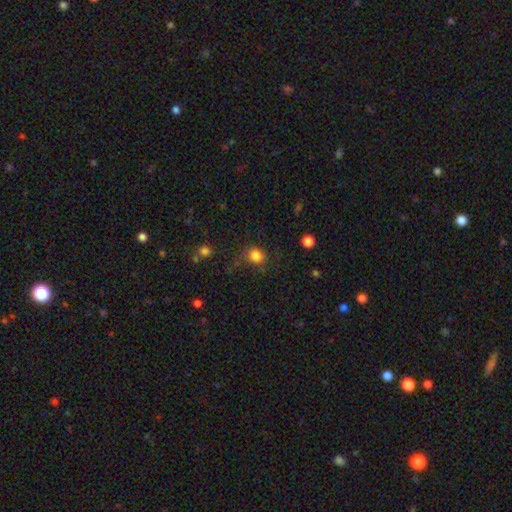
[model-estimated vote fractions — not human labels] The model was most divided on "how rounded": round: 72%, in between: 27%, cigar-shaped: 1%. More confident: smooth or featured — smooth (82%); merging — none (65%).